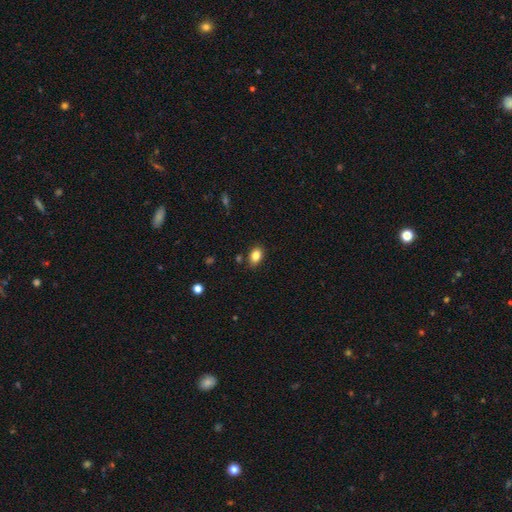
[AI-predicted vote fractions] smooth 85%, star or artifact 9%, featured or disk 6%. Down the decision tree: how rounded — in between (83%); merging — none (83%).